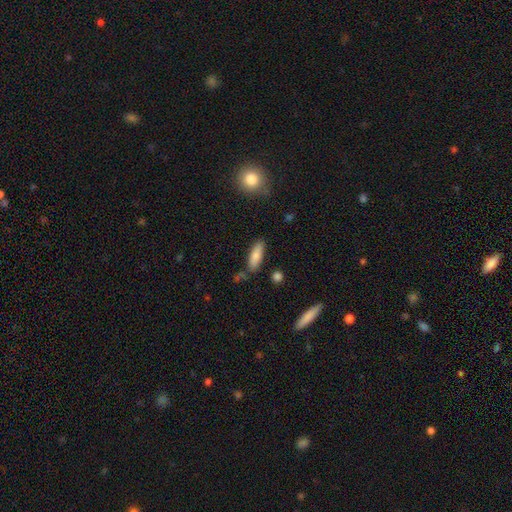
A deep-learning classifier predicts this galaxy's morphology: Overall: smooth (80%). How rounded: in between (55%; cigar-shaped 43%). Merging: none (79%).